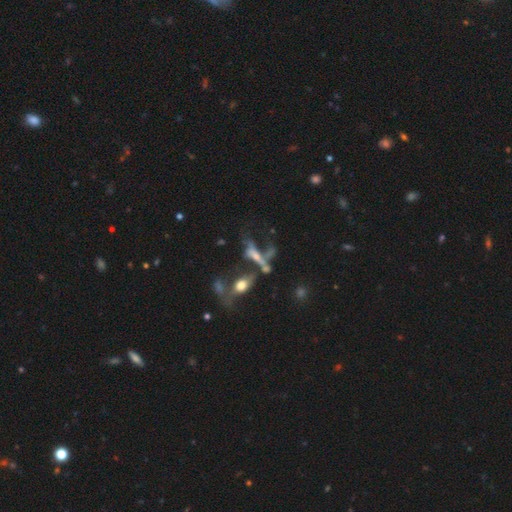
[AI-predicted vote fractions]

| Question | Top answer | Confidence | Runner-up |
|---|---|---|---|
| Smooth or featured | featured or disk | 54% | smooth (28%) |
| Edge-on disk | no | 58% | yes (42%) |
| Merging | merger | 35% | none (27%) |